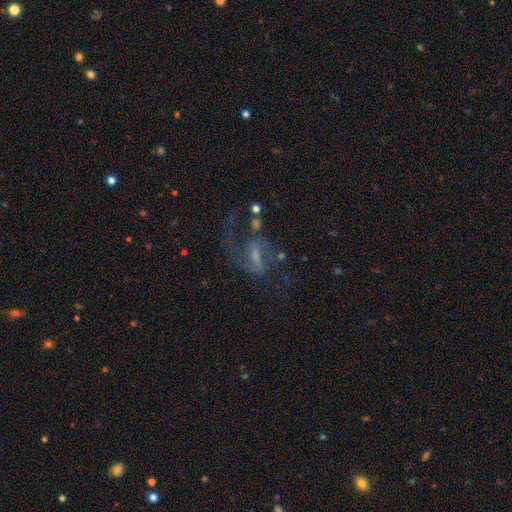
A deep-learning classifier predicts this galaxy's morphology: A featured or disk galaxy (73%) with a weak bar (48%), 2 (65%) loose (53%) spiral arms (82%) and a small central bulge (48%).

Vote fractions:
- Smooth or featured? featured or disk: 73% / smooth: 15% / star or artifact: 13%
- Edge-on disk? no: 95% / yes: 5%
- Bar? weak: 48% / strong: 27% / no: 25%
- Spiral arms? yes: 82% / no: 18%
- Spiral winding? loose: 53% / medium: 37% / tight: 10%
- Spiral arm count? 2: 65% / 1: 20% / can't tell: 10% / 3: 2% / 4: 1% / more than 4: 1%
- Bulge size? small: 48% / moderate: 30% / none: 18% / large: 4% / dominant: 1%
- Merging? none: 41% / major disturbance: 36% / minor disturbance: 15% / merger: 8%